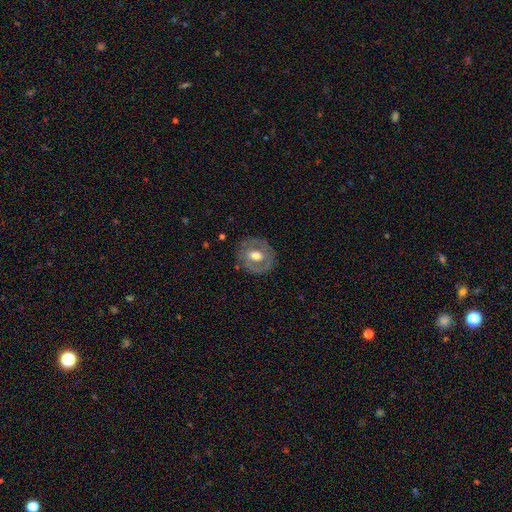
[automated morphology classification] type=featured or disk (59%); edge-on=no (95%); bar=no (56%); spiral arms=no (63%); bulge=moderate (71%); merging=none (79%).